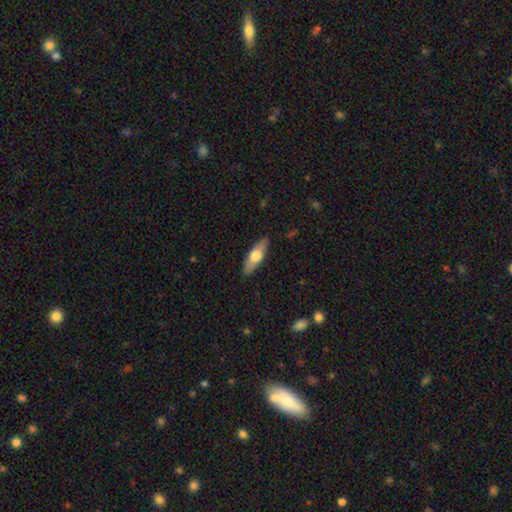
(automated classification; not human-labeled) Smooth or featured?
  - smooth: 57% *
  - featured or disk: 38%
  - star or artifact: 5%
How rounded?
  - in between: 53% *
  - cigar-shaped: 44%
  - round: 3%
Merging?
  - none: 89% *
  - minor disturbance: 8%
  - major disturbance: 2%
  - merger: 1%